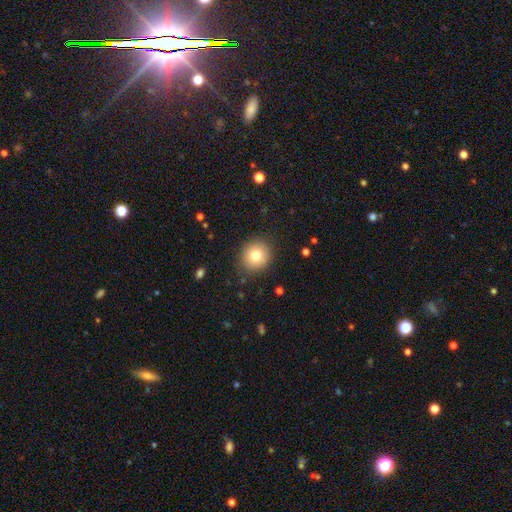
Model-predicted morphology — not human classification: Smooth or featured? smooth (78%)
How rounded? round (85%)
Merging? none (88%)